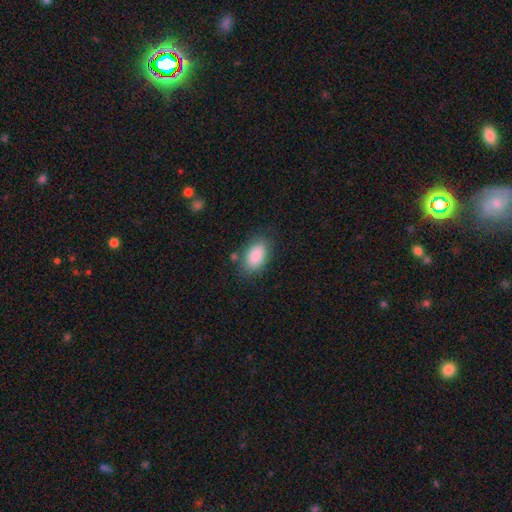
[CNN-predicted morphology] smooth-or-featured: smooth: 87% | star or artifact: 7% | featured or disk: 6%
  how-rounded: in between: 92% | round: 6% | cigar-shaped: 2%
  merging: none: 76% | minor disturbance: 16% | major disturbance: 6% | merger: 3%